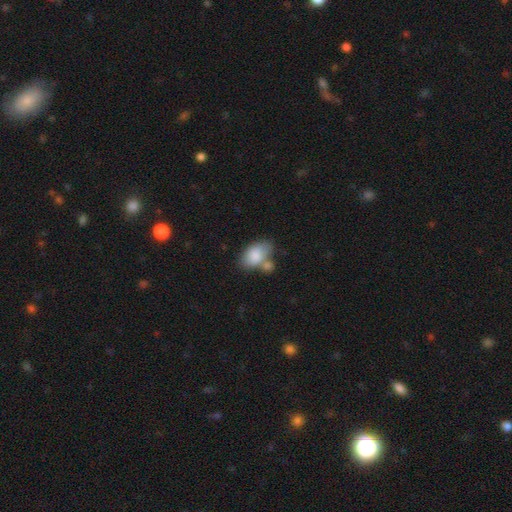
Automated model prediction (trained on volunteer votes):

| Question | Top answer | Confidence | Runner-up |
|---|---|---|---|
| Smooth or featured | smooth | 83% | featured or disk (11%) |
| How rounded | in between | 90% | round (8%) |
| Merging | none | 44% | merger (32%) |